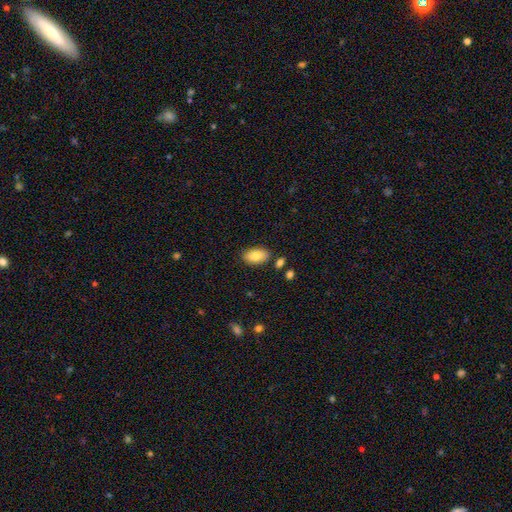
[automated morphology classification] Smooth or featured?
  - smooth: 82% *
  - featured or disk: 11%
  - star or artifact: 7%
How rounded?
  - in between: 93% *
  - round: 5%
  - cigar-shaped: 3%
Merging?
  - none: 83% *
  - minor disturbance: 11%
  - merger: 4%
  - major disturbance: 2%